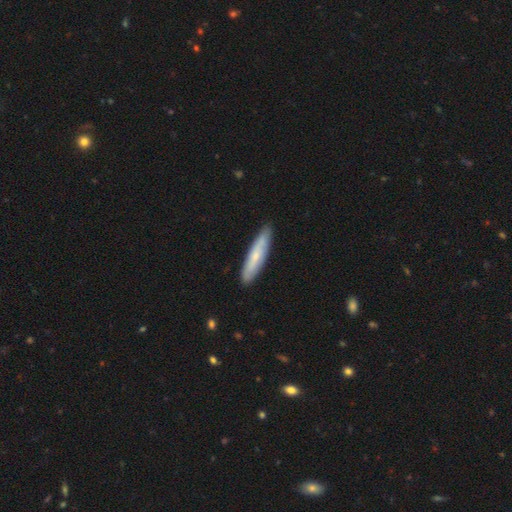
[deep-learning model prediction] Q: Smooth or featured?
A: smooth (61%); runner-up: featured or disk (33%)
Q: How rounded?
A: cigar-shaped (83%); runner-up: in between (15%)
Q: Merging?
A: none (88%); runner-up: minor disturbance (9%)